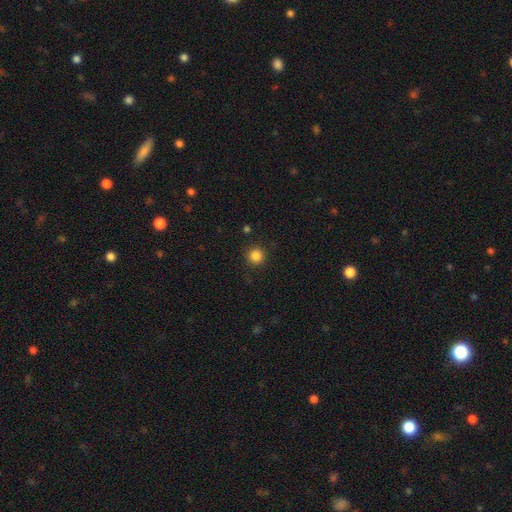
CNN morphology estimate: Smooth or featured?
  - smooth: 85% *
  - star or artifact: 12%
  - featured or disk: 3%
How rounded?
  - round: 95% *
  - in between: 4%
  - cigar-shaped: 1%
Merging?
  - none: 91% *
  - minor disturbance: 5%
  - major disturbance: 2%
  - merger: 1%